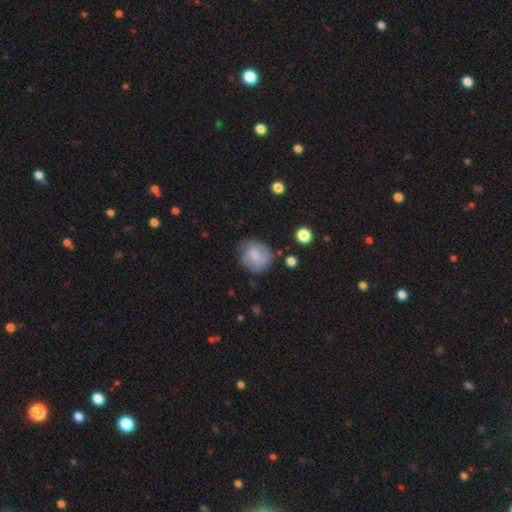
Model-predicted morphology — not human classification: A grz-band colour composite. It shows a smooth galaxy with no disk features (56%) that is round (78%). Merging: none (63%).